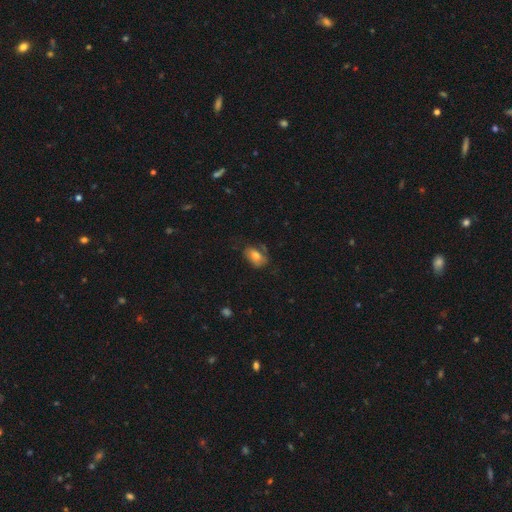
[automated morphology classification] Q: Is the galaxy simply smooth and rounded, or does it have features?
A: smooth — 67%.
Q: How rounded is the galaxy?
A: in between — 83%.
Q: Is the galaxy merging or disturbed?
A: none — 52%.